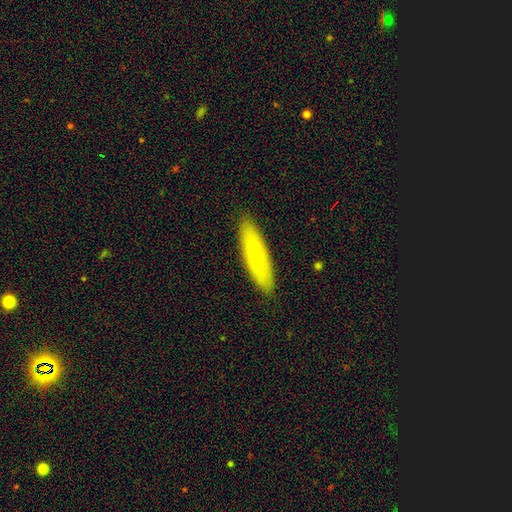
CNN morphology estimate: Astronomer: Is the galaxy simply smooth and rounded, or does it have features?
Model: smooth — 63%.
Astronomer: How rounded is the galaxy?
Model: cigar-shaped — 66%.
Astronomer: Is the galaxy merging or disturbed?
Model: none — 89%.